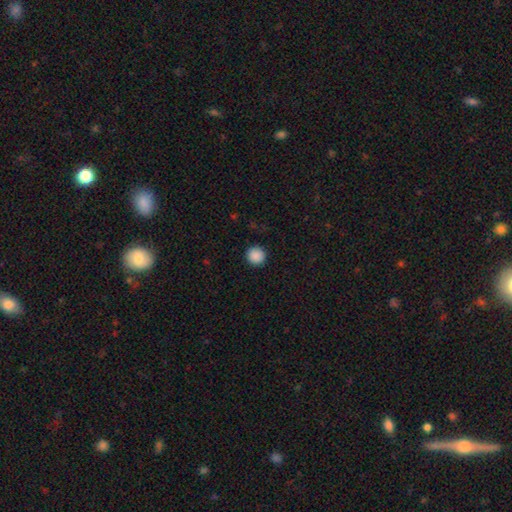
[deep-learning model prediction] smooth 89%, star or artifact 9%, featured or disk 2%. Down the decision tree: how rounded — round (95%); merging — none (92%).